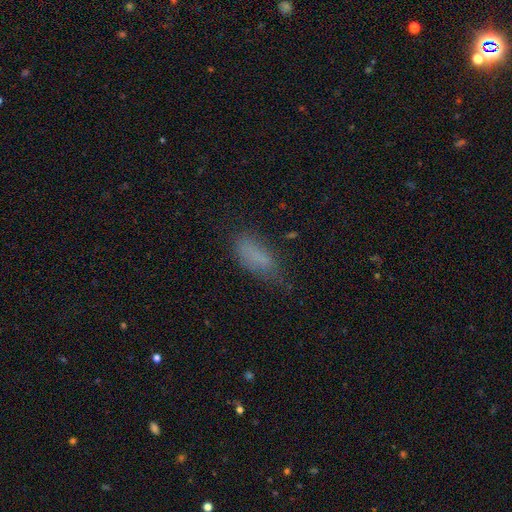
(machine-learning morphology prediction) smooth 76%, featured or disk 12%, star or artifact 12%. Down the decision tree: how rounded — in between (71%); merging — none (52%).